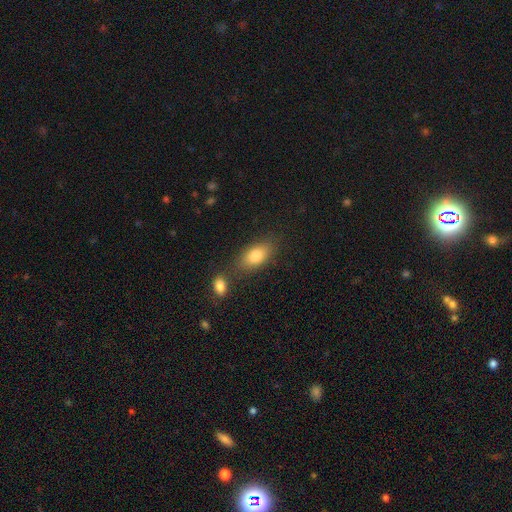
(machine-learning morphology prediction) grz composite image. It shows a smooth galaxy with no disk features (80%) that is in between round and cigar-shaped (87%). Merging: none (69%).